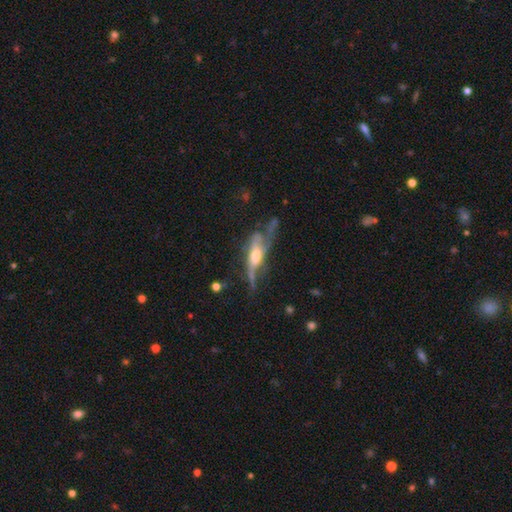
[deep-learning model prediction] Smooth or featured: featured or disk — 71% (smooth — 21%)
Edge-on disk: yes — 51% (no — 49%)
Merging: major disturbance — 37% (none — 34%)